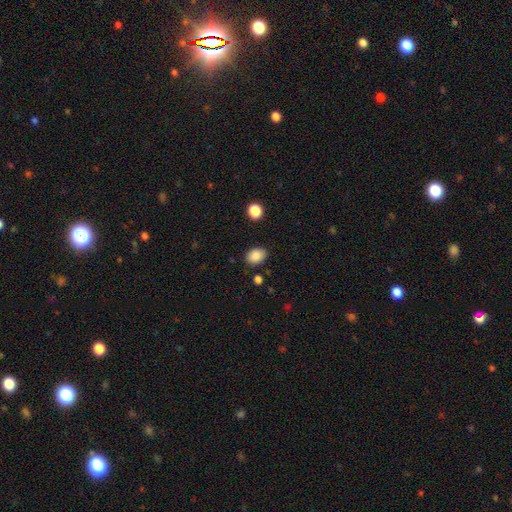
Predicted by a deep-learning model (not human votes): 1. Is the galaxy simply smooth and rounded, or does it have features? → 87% smooth, 9% star or artifact, 4% featured or disk.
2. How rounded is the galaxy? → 71% in between, 28% round, 1% cigar-shaped.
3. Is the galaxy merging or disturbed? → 84% none, 11% minor disturbance, 3% major disturbance, 2% merger.